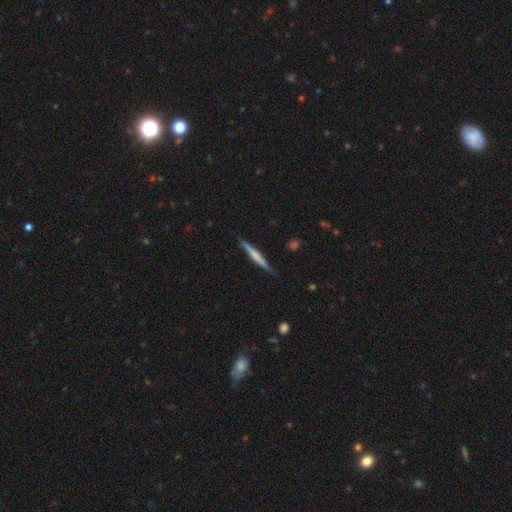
Smooth or featured? featured or disk (54%)
Edge-on disk? yes (100%)
Edge-on bulge? none (43%)
Merging? none (97%)